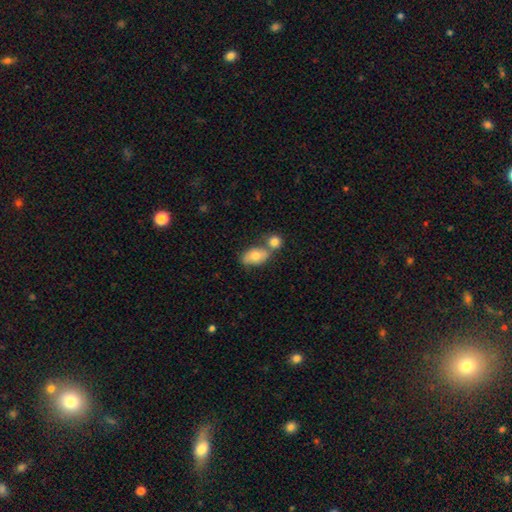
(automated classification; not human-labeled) smooth 72%, featured or disk 21%, star or artifact 8%. Down the decision tree: how rounded — in between (85%); merging — merger (45%).